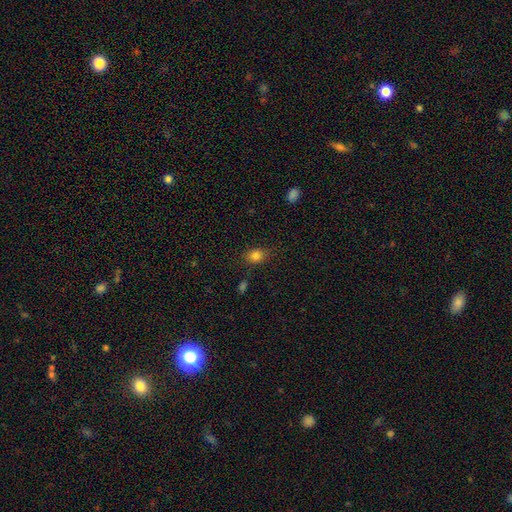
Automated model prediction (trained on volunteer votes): This is clearly a smooth galaxy (80%). How rounded: possibly in between (58%). Merging: likely none (78%).